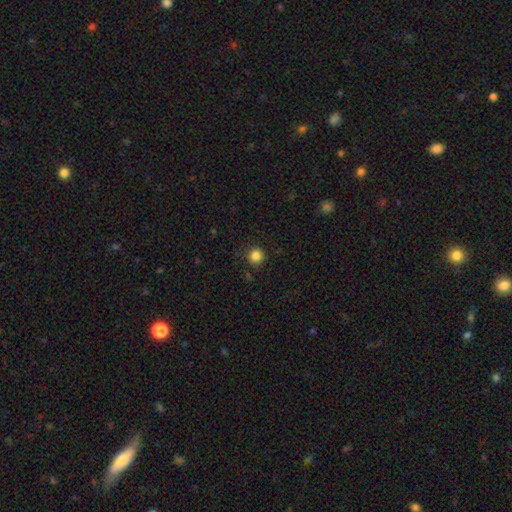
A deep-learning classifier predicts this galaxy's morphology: Smooth or featured: smooth — 85% (star or artifact — 12%)
How rounded: round — 94% (in between — 5%)
Merging: none — 86% (minor disturbance — 9%)